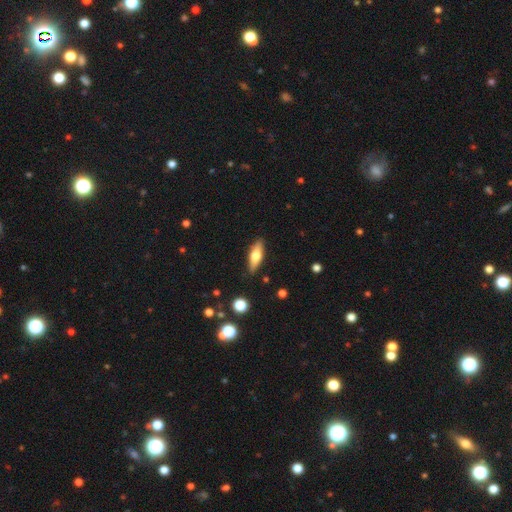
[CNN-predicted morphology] This is possibly a smooth galaxy (57%). How rounded: possibly in between (55%). Merging: clearly none (87%).